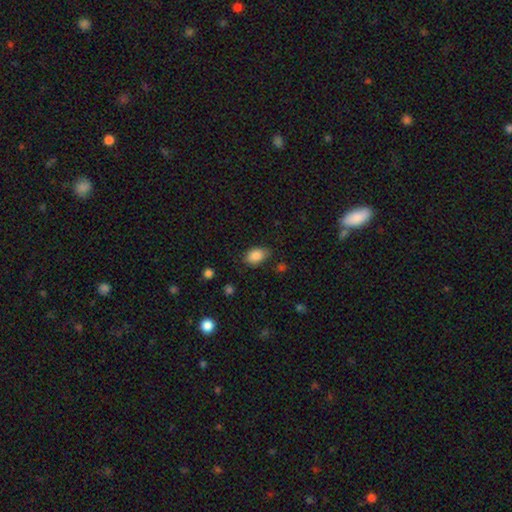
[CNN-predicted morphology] The model was most divided on "merging": none: 72%, minor disturbance: 22%, major disturbance: 5%, merger: 2%. More confident: smooth or featured — smooth (86%); how rounded — in between (85%).